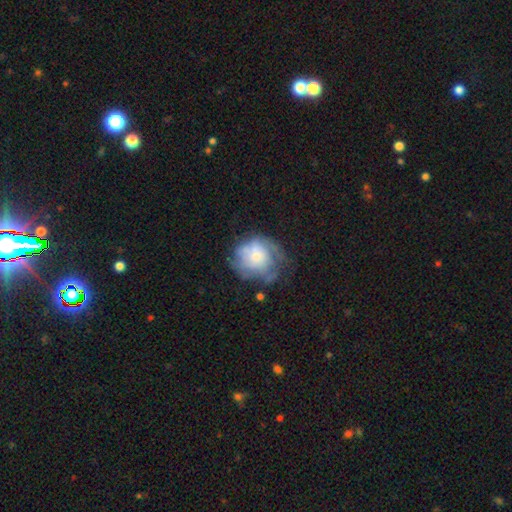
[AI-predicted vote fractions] smooth_or_featured: featured or disk (p=0.50) [alt: smooth p=0.41]
disk_edge_on: no (p=0.97) [alt: yes p=0.03]
merging: none (p=0.44) [alt: minor disturbance p=0.27]